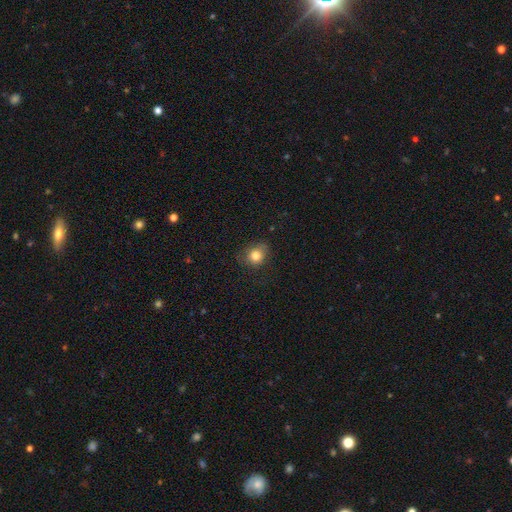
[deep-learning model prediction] smooth-or-featured: smooth: 80% | star or artifact: 11% | featured or disk: 8%
  how-rounded: round: 73% | in between: 26% | cigar-shaped: 1%
  merging: none: 72% | minor disturbance: 20% | major disturbance: 6% | merger: 1%